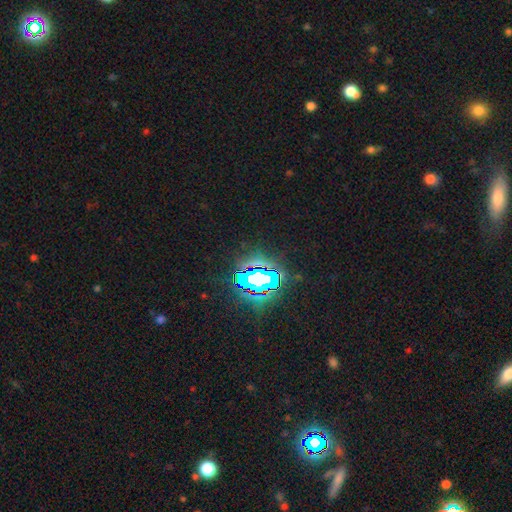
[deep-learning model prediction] A star or artifact, not a galaxy (82%).